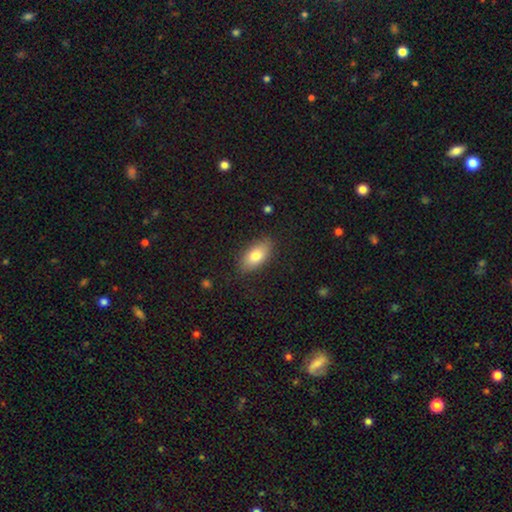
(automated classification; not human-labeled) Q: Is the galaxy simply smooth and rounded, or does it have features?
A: smooth — 78%.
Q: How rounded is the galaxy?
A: in between — 90%.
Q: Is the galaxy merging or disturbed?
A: none — 84%.